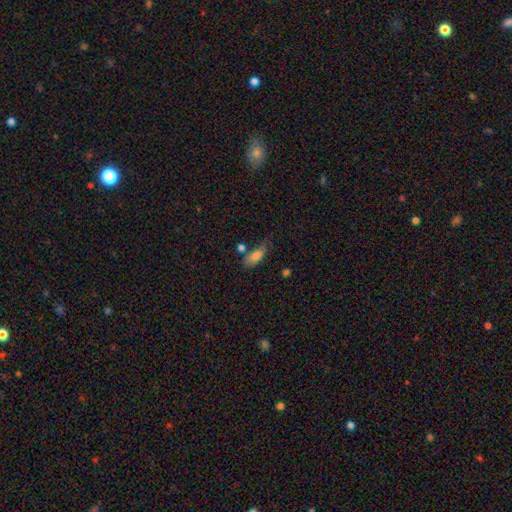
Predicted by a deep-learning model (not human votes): Overall: smooth (79%). How rounded: in between (82%). Merging: none (49%; minor disturbance 30%).